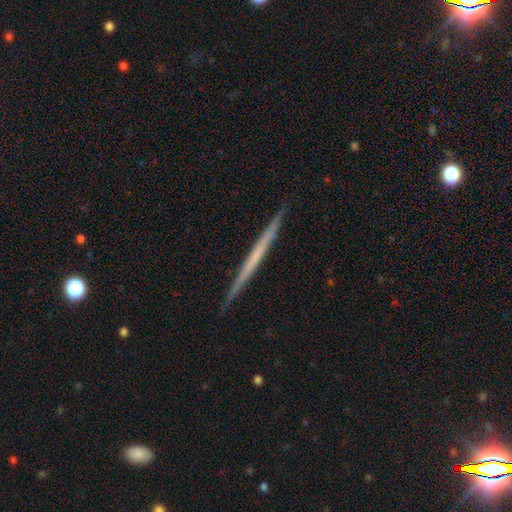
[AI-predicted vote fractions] Smooth or featured: featured or disk — 58% (smooth — 37%)
Edge-on disk: yes — 98% (no — 2%)
Edge-on bulge: none — 92% (rounded — 5%)
Merging: none — 93% (minor disturbance — 5%)